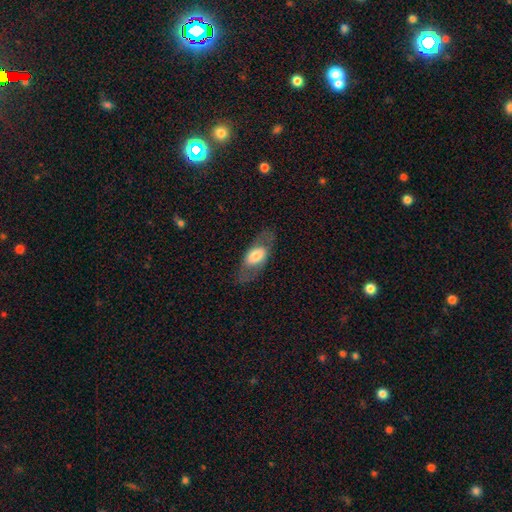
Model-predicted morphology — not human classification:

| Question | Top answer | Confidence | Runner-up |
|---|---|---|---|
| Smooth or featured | smooth | 56% | featured or disk (38%) |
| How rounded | in between | 83% | cigar-shaped (10%) |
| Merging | none | 76% | minor disturbance (13%) |